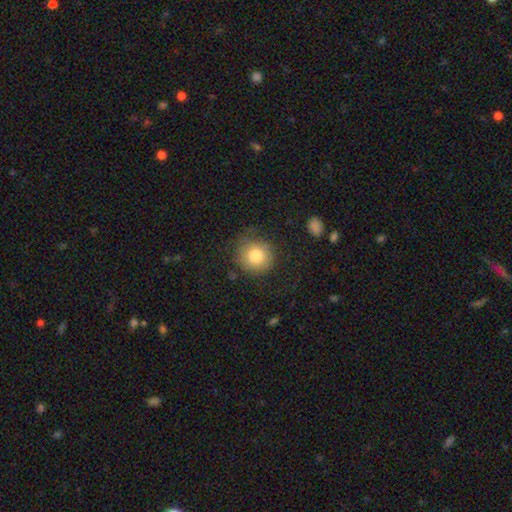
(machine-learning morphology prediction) smooth 81%, featured or disk 10%, star or artifact 9%. Down the decision tree: how rounded — round (91%); merging — none (76%).